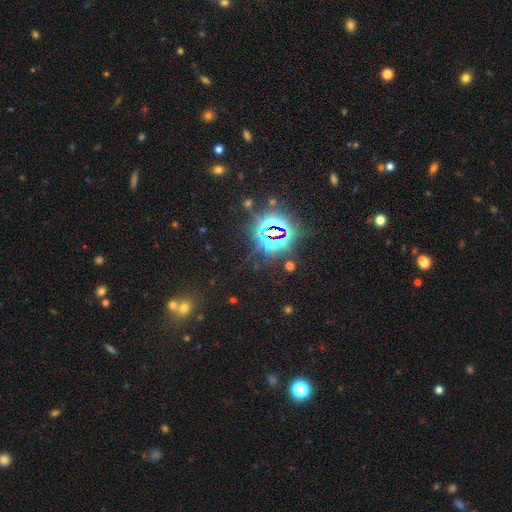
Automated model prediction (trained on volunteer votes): smooth-or-featured: star or artifact: 82% | smooth: 11% | featured or disk: 7%